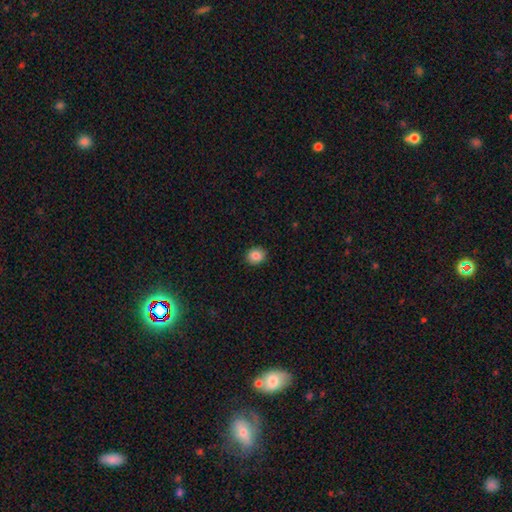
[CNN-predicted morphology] Smooth or featured? smooth (86%)
How rounded? round (67%)
Merging? none (90%)